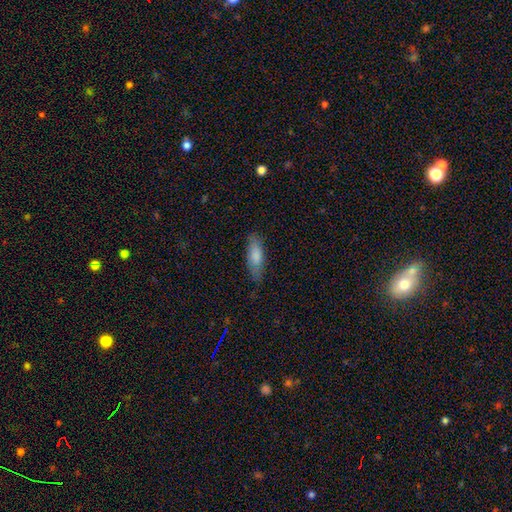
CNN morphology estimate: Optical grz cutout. It shows a smooth galaxy with no disk features (79%) that is in between round and cigar-shaped (62%). Merging: none (71%).